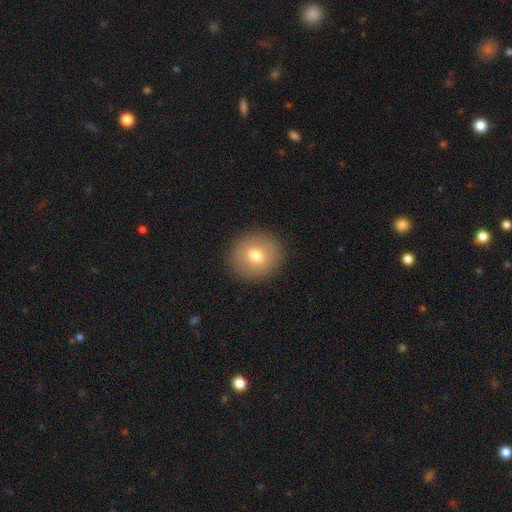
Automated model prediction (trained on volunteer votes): Smooth or featured? Predicted: smooth (p=0.73). How rounded? Predicted: round (p=0.86). Merging? Predicted: none (p=0.90).